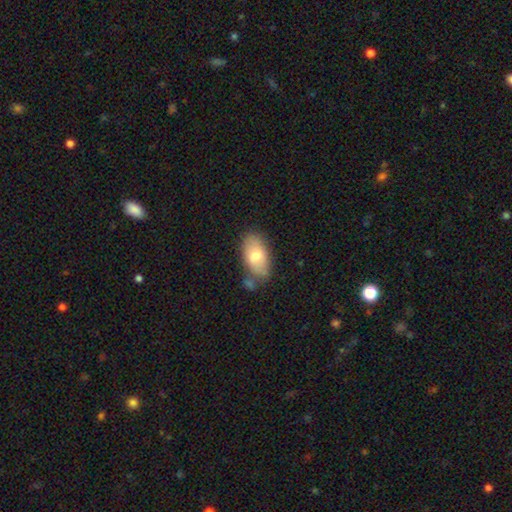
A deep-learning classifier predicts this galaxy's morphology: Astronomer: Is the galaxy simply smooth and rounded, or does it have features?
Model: smooth — 71%.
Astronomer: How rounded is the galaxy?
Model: in between — 93%.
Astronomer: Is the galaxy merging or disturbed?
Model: none — 66%.